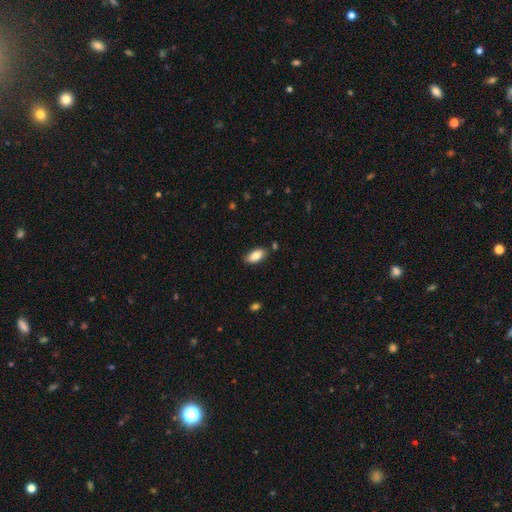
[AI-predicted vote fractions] smooth_or_featured: smooth (p=0.84) [alt: featured or disk p=0.09]
how_rounded: in between (p=0.91) [alt: cigar-shaped p=0.06]
merging: none (p=0.83) [alt: minor disturbance p=0.12]